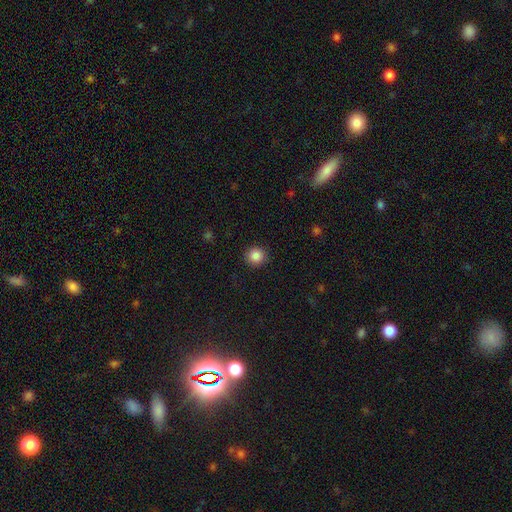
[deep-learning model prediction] The model was most divided on "smooth or featured": smooth: 87%, star or artifact: 10%, featured or disk: 4%. More confident: merging — none (91%); how rounded — round (91%).